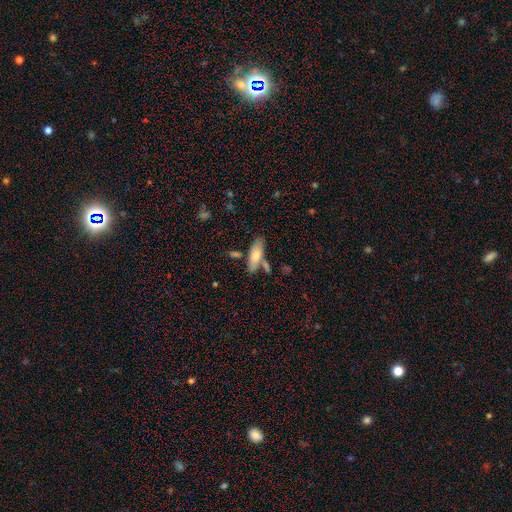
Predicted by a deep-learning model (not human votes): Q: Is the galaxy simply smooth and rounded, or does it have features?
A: smooth — 72%.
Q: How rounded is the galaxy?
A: in between — 65%.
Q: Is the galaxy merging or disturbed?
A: none — 66%.